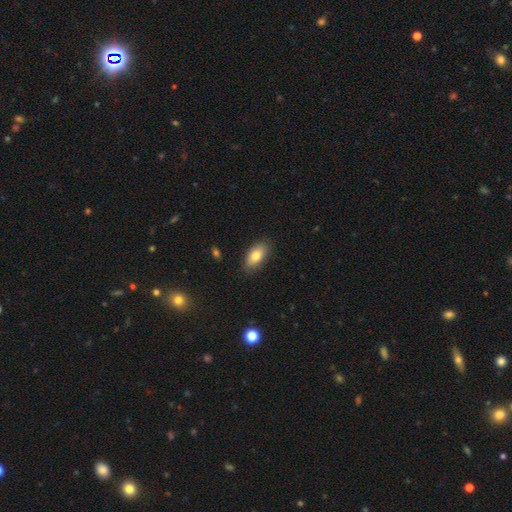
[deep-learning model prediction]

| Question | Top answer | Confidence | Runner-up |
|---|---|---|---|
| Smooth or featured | smooth | 80% | featured or disk (13%) |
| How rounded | in between | 92% | cigar-shaped (5%) |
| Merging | none | 84% | minor disturbance (12%) |